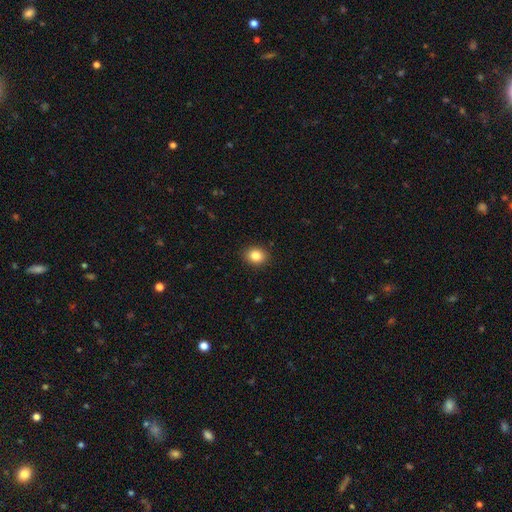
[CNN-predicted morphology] Smooth or featured? smooth (85%)
How rounded? round (56%)
Merging? none (90%)